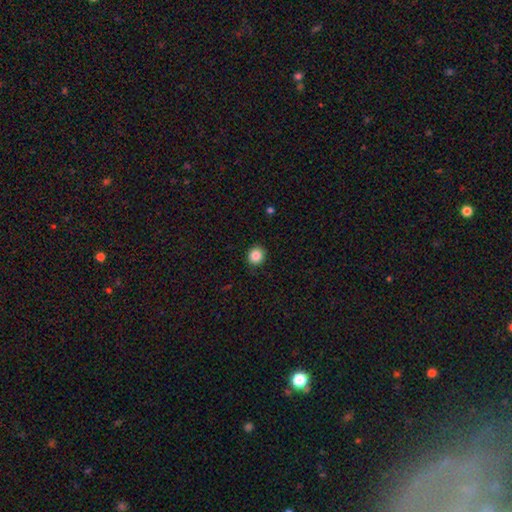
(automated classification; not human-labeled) smooth_or_featured: smooth (p=0.86) [alt: star or artifact p=0.10]
how_rounded: round (p=0.86) [alt: in between p=0.13]
merging: none (p=0.91) [alt: minor disturbance p=0.06]